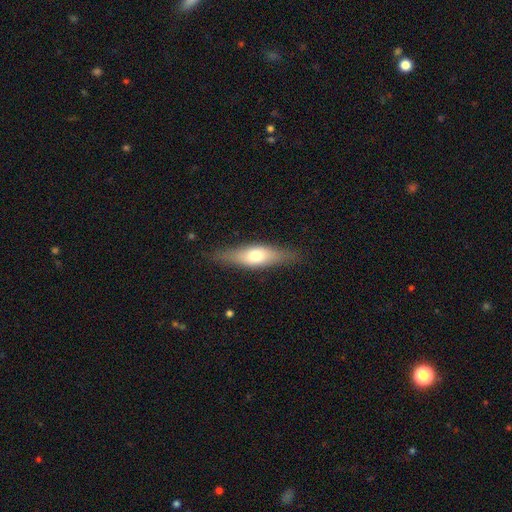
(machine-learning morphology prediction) Smooth or featured: smooth — 55% (featured or disk — 39%)
How rounded: cigar-shaped — 52% (in between — 45%)
Merging: none — 82% (minor disturbance — 13%)